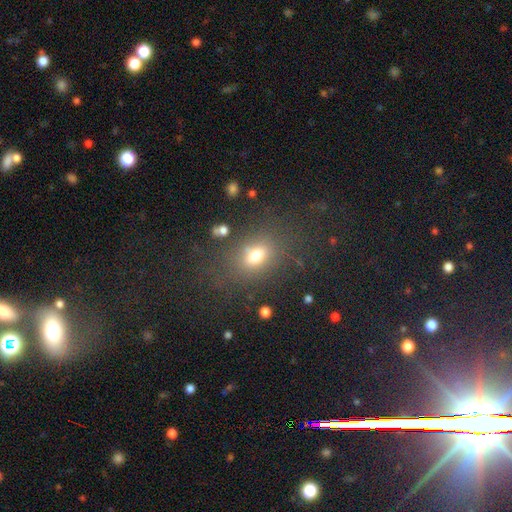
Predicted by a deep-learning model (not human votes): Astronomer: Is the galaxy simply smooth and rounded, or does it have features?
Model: smooth — 70%.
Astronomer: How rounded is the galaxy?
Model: in between — 68%.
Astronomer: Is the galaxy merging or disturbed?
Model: none — 72%.